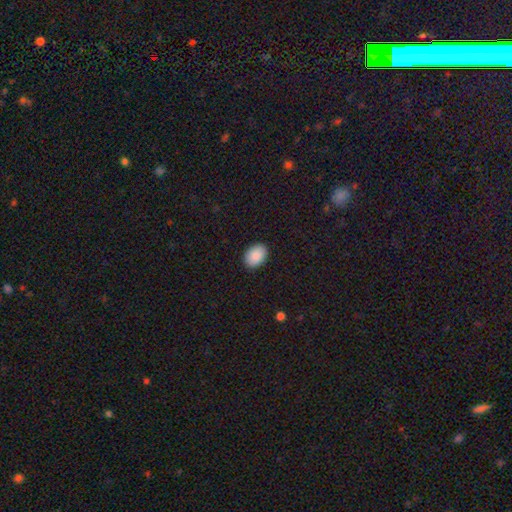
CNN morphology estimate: smooth_or_featured: smooth (p=0.90) [alt: star or artifact p=0.07]
how_rounded: in between (p=0.81) [alt: round p=0.18]
merging: none (p=0.90) [alt: minor disturbance p=0.07]